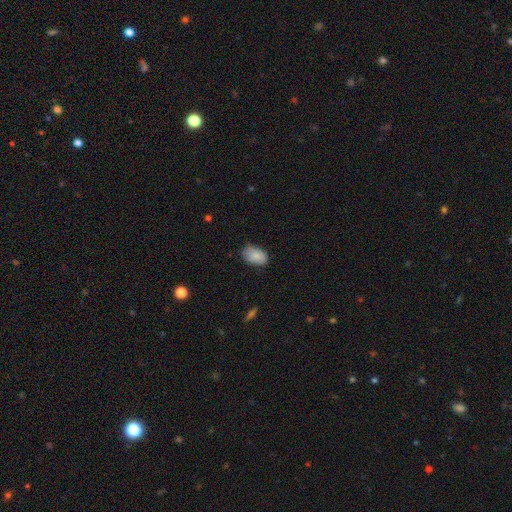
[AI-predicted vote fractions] Smooth or featured? smooth (86%)
How rounded? in between (90%)
Merging? none (73%)